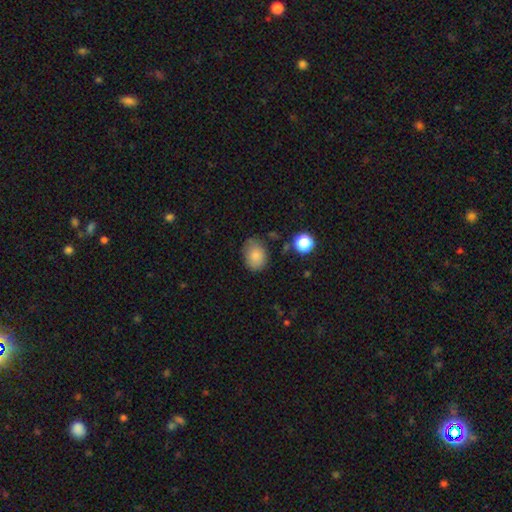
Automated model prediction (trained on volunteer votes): Smooth or featured? smooth (82%)
How rounded? in between (67%)
Merging? none (69%)